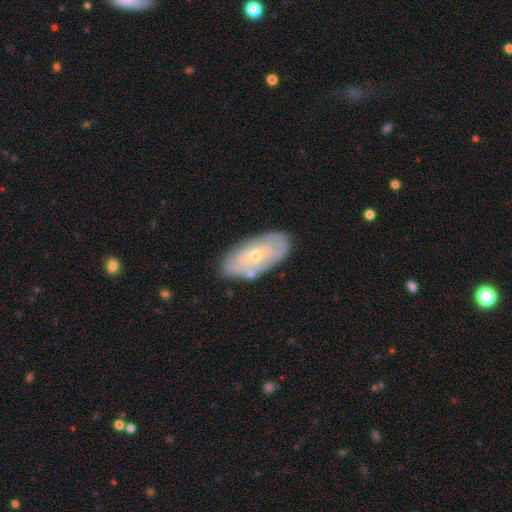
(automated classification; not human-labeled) Overall: featured or disk (64%; smooth 31%). Edge-on disk: no (90%). Bar: no (76%). Spiral arms: yes (59%; no 41%). Bulge size: small (57%; moderate 40%). Merging: none (77%).